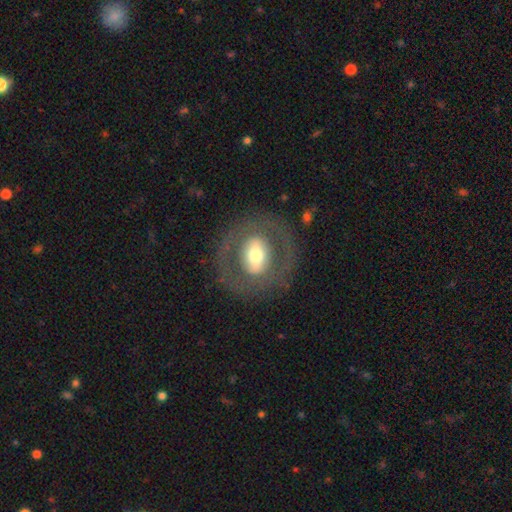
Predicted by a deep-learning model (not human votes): Q: Smooth or featured?
A: featured or disk (55%); runner-up: smooth (38%)
Q: Edge-on disk?
A: no (91%); runner-up: yes (9%)
Q: Bar?
A: no (38%); runner-up: strong (36%)
Q: Spiral arms?
A: no (81%); runner-up: yes (19%)
Q: Bulge size?
A: moderate (52%); runner-up: large (28%)
Q: Merging?
A: none (77%); runner-up: major disturbance (11%)